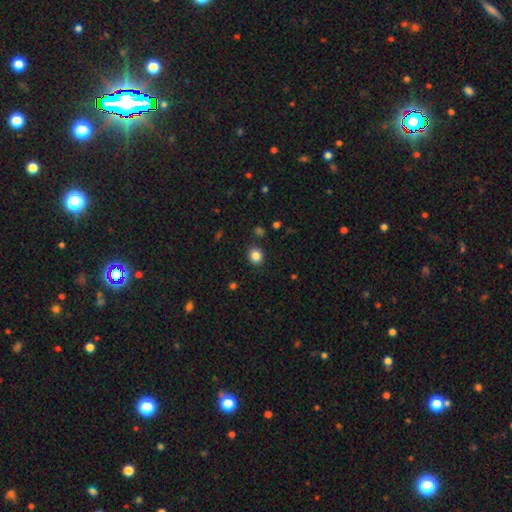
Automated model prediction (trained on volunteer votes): Smooth or featured: smooth — 85% (star or artifact — 11%)
How rounded: round — 81% (in between — 18%)
Merging: none — 89% (minor disturbance — 7%)